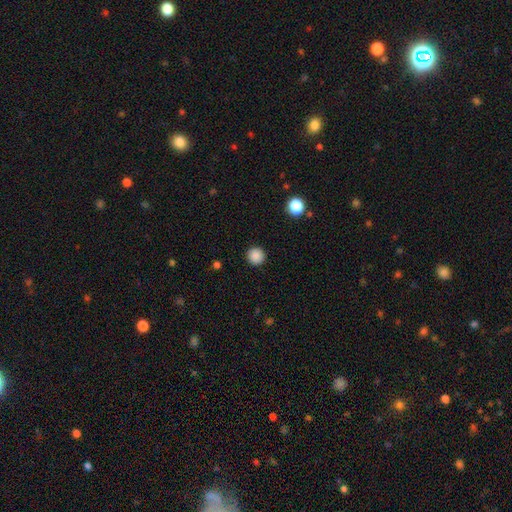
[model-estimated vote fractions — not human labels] Overall: smooth (87%). How rounded: round (95%). Merging: none (92%).